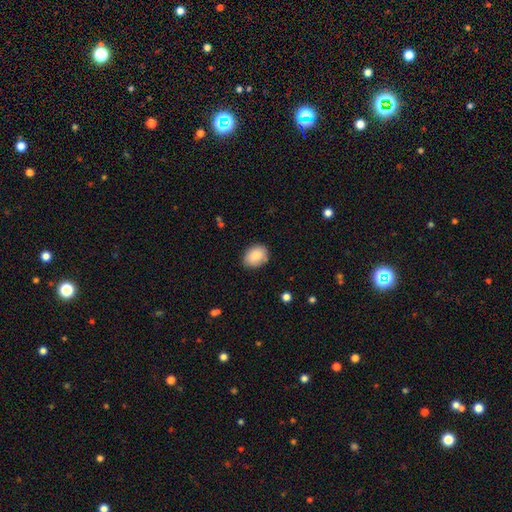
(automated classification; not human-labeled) Smooth or featured? smooth (86%)
How rounded? in between (61%)
Merging? none (81%)